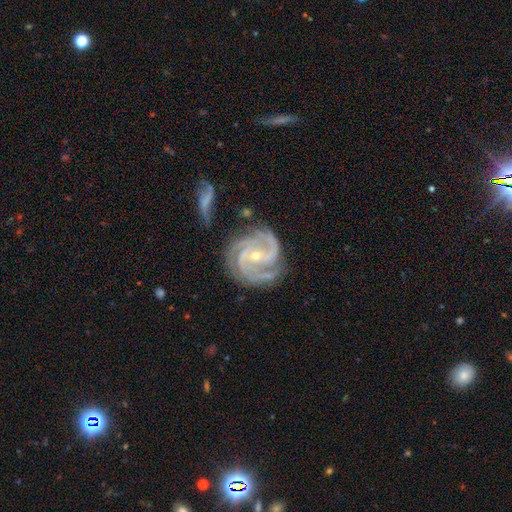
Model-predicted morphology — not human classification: Q: Smooth or featured?
A: featured or disk (93%); runner-up: star or artifact (5%)
Q: Edge-on disk?
A: no (98%); runner-up: yes (2%)
Q: Bar?
A: no (44%); runner-up: weak (34%)
Q: Spiral arms?
A: yes (99%); runner-up: no (1%)
Q: Spiral winding?
A: tight (52%); runner-up: medium (43%)
Q: Spiral arm count?
A: 3 (51%); runner-up: 2 (23%)
Q: Bulge size?
A: small (67%); runner-up: moderate (31%)
Q: Merging?
A: none (66%); runner-up: minor disturbance (20%)